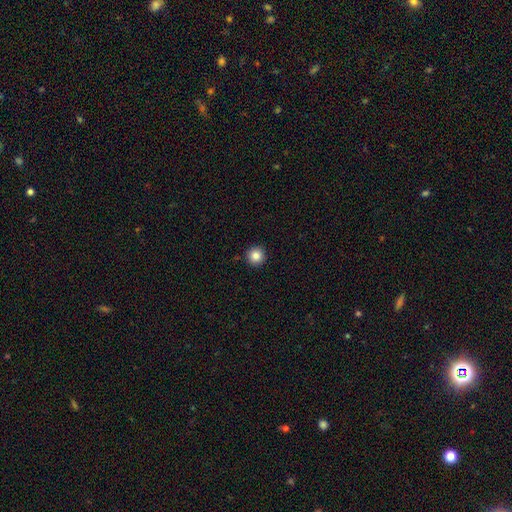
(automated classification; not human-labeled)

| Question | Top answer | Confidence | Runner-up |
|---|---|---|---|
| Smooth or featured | smooth | 85% | star or artifact (10%) |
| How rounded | round | 96% | in between (3%) |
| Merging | none | 93% | minor disturbance (5%) |